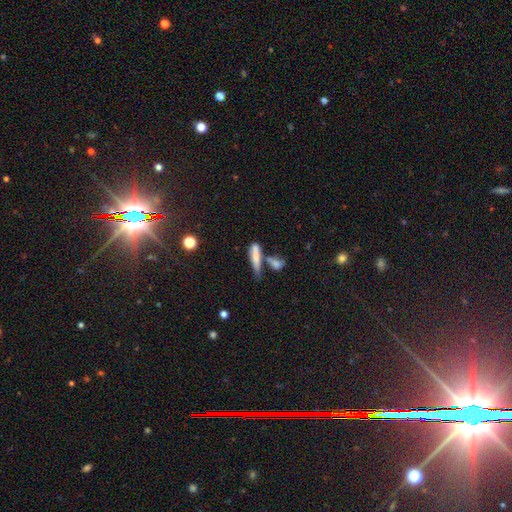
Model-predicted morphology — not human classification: A smooth galaxy with no disk features (70%) that is cigar-shaped (72%).

Vote fractions:
- Smooth or featured? smooth: 70% / featured or disk: 21% / star or artifact: 9%
- How rounded? cigar-shaped: 72% / in between: 25% / round: 3%
- Merging? merger: 37% / none: 34% / minor disturbance: 18% / major disturbance: 12%